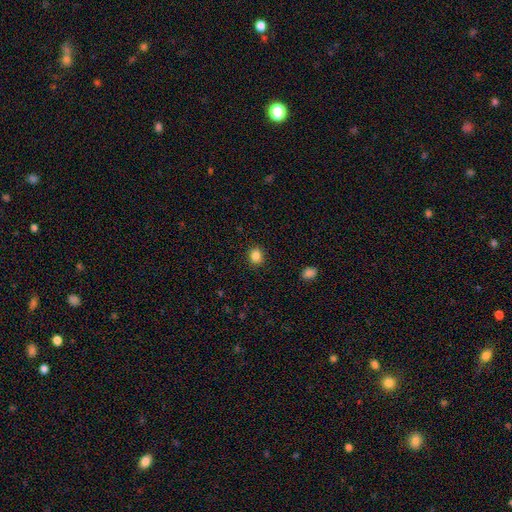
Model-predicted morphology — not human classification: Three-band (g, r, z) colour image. It shows a smooth galaxy with no disk features (85%) that is round (66%). Merging: none (90%).